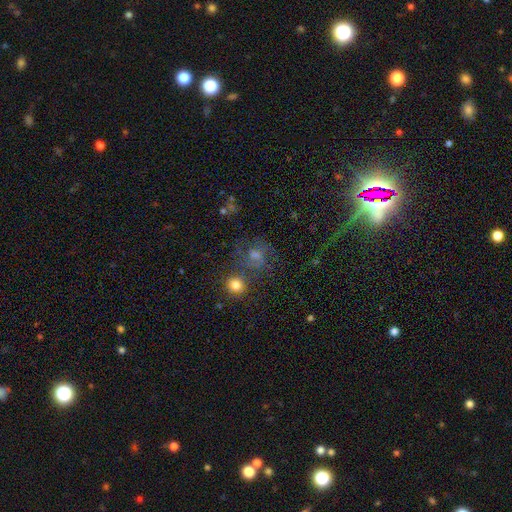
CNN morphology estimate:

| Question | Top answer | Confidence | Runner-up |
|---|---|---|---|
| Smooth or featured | smooth | 48% | featured or disk (32%) |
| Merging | none | 54% | minor disturbance (17%) |